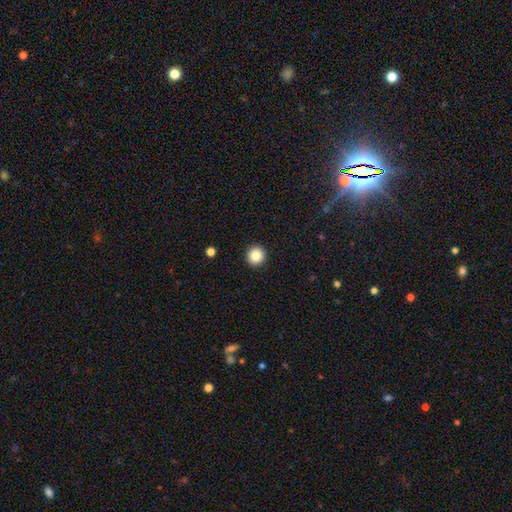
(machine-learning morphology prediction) smooth_or_featured: smooth (p=0.85) [alt: star or artifact p=0.10]
how_rounded: round (p=0.96) [alt: in between p=0.03]
merging: none (p=0.93) [alt: minor disturbance p=0.04]